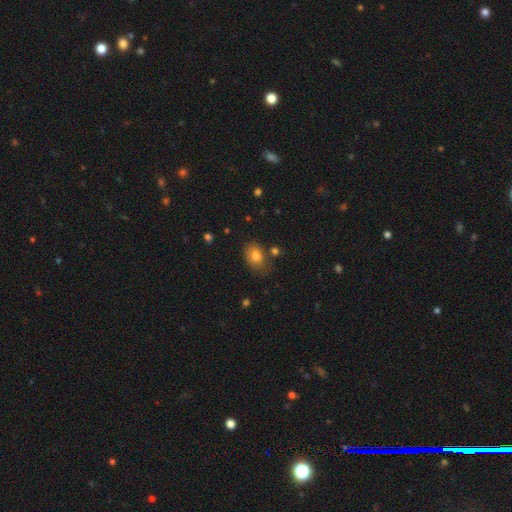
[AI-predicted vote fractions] This is likely a smooth galaxy (79%). How rounded: likely in between (73%). Merging: likely none (66%).